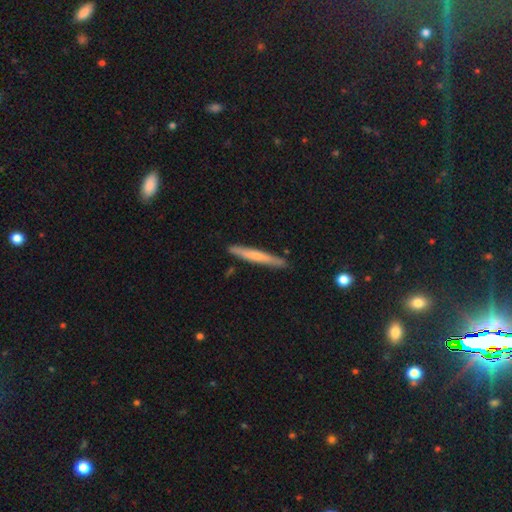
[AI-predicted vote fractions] A smooth galaxy with no disk features (60%) that is cigar-shaped (96%).

Vote fractions:
- Smooth or featured? smooth: 60% / featured or disk: 35% / star or artifact: 5%
- How rounded? cigar-shaped: 96% / in between: 3% / round: 1%
- Merging? none: 87% / minor disturbance: 9% / merger: 2% / major disturbance: 2%